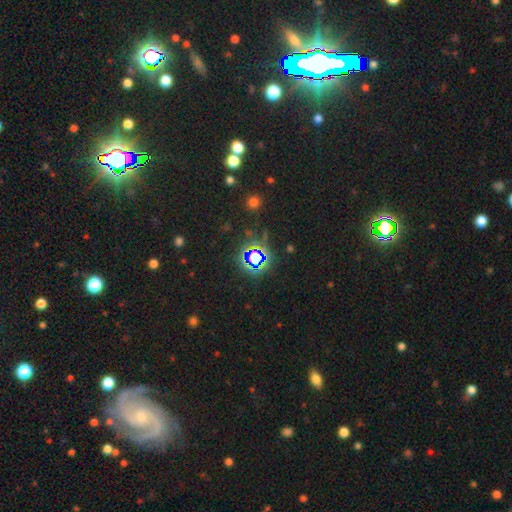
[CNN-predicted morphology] star or artifact 75%, smooth 18%, featured or disk 7%.